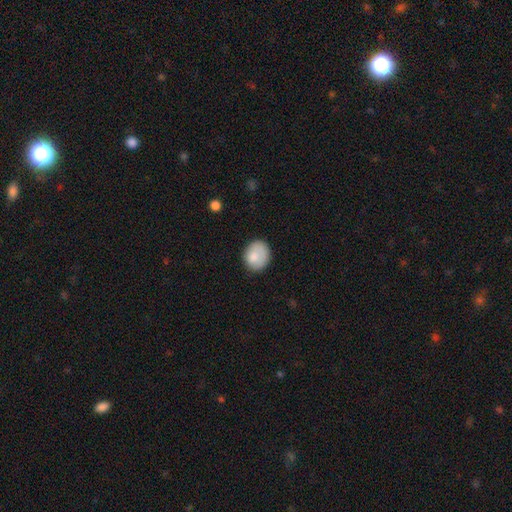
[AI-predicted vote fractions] smooth 81%, featured or disk 12%, star or artifact 7%. Down the decision tree: how rounded — round (58%); merging — none (71%).